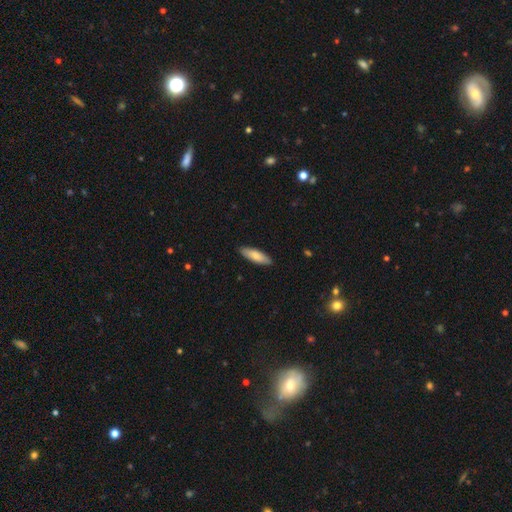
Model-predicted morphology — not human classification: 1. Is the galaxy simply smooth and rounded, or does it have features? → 80% smooth, 14% featured or disk, 5% star or artifact.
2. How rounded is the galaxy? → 53% cigar-shaped, 46% in between, 2% round.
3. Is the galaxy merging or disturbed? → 89% none, 8% minor disturbance, 2% major disturbance, 1% merger.